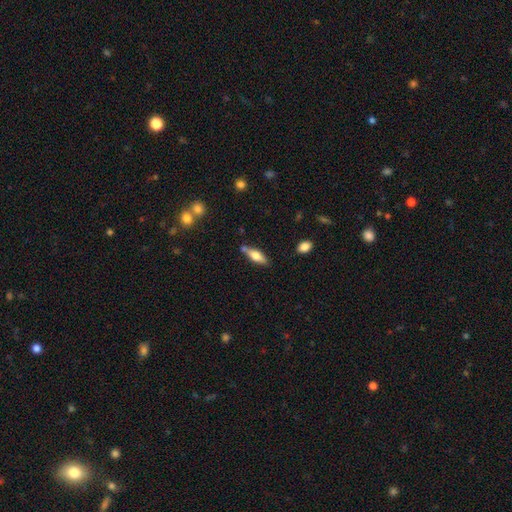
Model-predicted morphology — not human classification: Smooth or featured: smooth — 54% (featured or disk — 39%)
How rounded: in between — 52% (cigar-shaped — 45%)
Merging: none — 73% (minor disturbance — 15%)